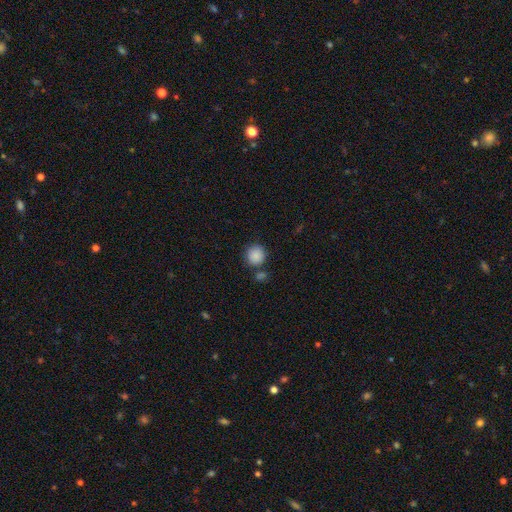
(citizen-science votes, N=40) Smooth or featured? smooth (92%)
How rounded? round (92%)
Merging? none (62%)